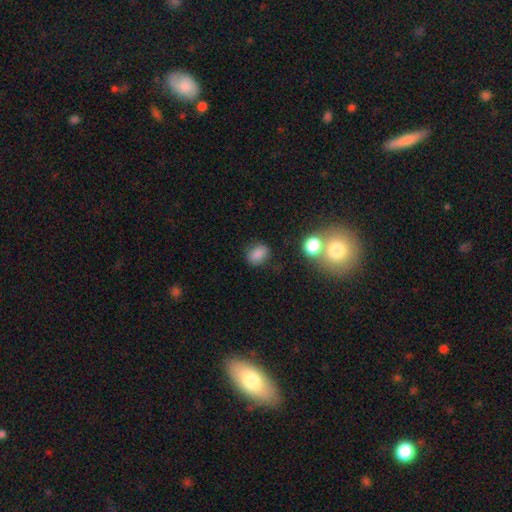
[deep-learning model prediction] The model was most divided on "how rounded": in between: 61%, round: 38%, cigar-shaped: 1%. More confident: smooth or featured — smooth (81%); merging — none (77%).